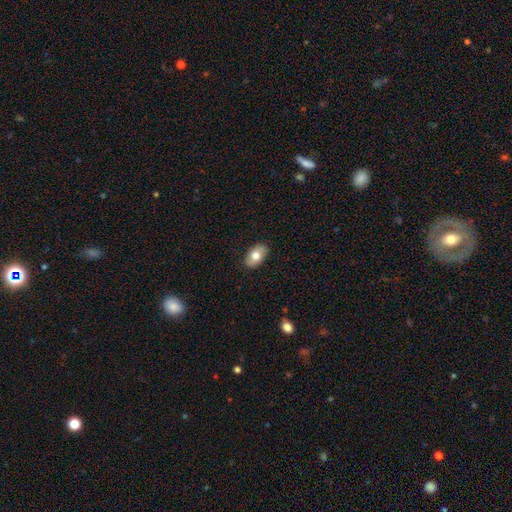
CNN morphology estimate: Smooth or featured: smooth — 72% (featured or disk — 21%)
How rounded: in between — 91% (round — 8%)
Merging: none — 86% (minor disturbance — 11%)